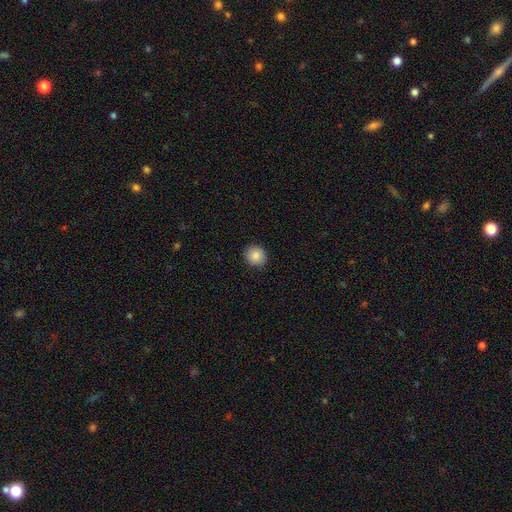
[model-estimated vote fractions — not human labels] smooth-or-featured: smooth: 87% | star or artifact: 8% | featured or disk: 5%
  how-rounded: round: 90% | in between: 9% | cigar-shaped: 1%
  merging: none: 90% | minor disturbance: 7% | major disturbance: 2% | merger: 1%